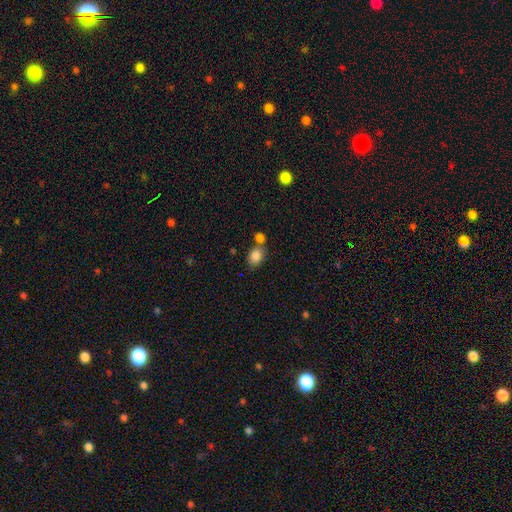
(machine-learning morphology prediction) Smooth or featured? Predicted: smooth (p=0.86). How rounded? Predicted: in between (p=0.69). Merging? Predicted: none (p=0.54).